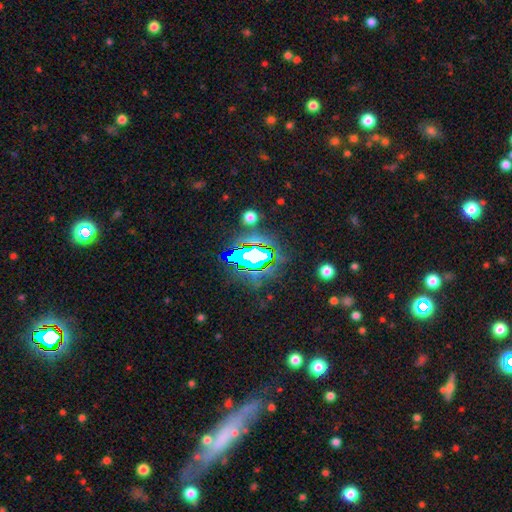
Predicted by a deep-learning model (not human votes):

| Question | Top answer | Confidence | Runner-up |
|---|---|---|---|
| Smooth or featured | star or artifact | 67% | smooth (17%) |